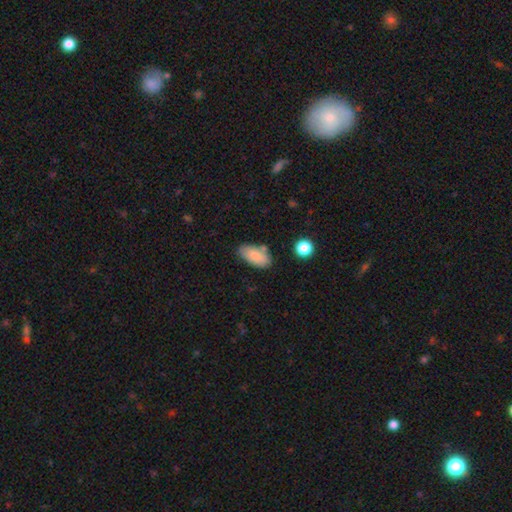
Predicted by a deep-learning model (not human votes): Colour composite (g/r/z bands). It shows a smooth galaxy with no disk features (84%) that is in between round and cigar-shaped (92%). Merging: none (70%).